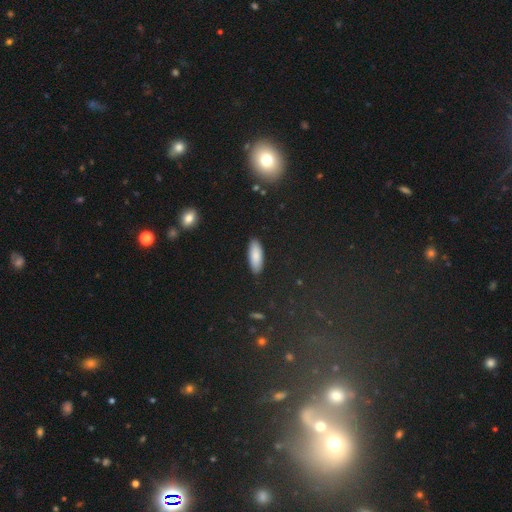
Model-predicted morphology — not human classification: Q: Smooth or featured?
A: smooth (87%); runner-up: featured or disk (7%)
Q: How rounded?
A: in between (71%); runner-up: cigar-shaped (27%)
Q: Merging?
A: none (89%); runner-up: minor disturbance (8%)